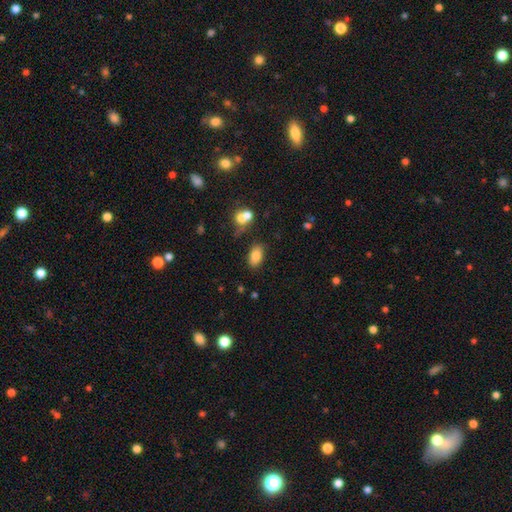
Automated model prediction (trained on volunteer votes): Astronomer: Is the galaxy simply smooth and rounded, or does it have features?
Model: smooth — 82%.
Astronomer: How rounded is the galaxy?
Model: in between — 91%.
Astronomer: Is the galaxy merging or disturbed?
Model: none — 79%.